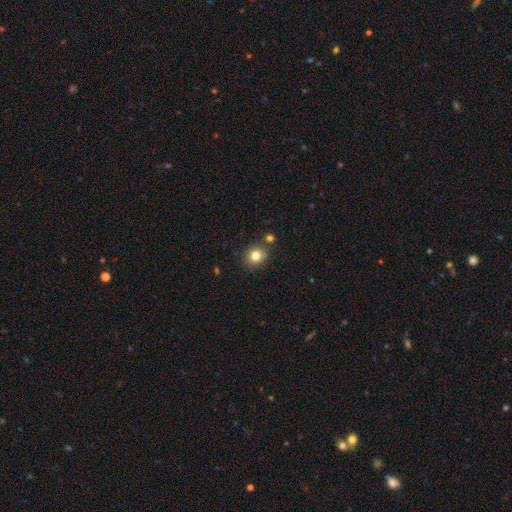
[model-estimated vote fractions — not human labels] Smooth or featured? Predicted: smooth (p=0.80). How rounded? Predicted: round (p=0.77). Merging? Predicted: none (p=0.80).